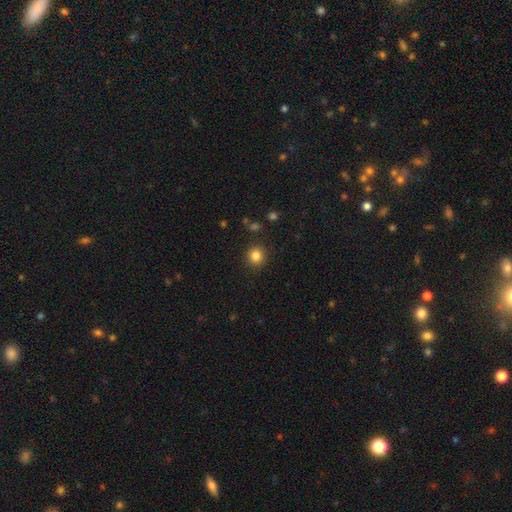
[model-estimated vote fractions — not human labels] A smooth galaxy with no disk features (84%) that is round (92%).

Vote fractions:
- Smooth or featured? smooth: 84% / star or artifact: 12% / featured or disk: 5%
- How rounded? round: 92% / in between: 7% / cigar-shaped: 1%
- Merging? none: 90% / minor disturbance: 6% / major disturbance: 2% / merger: 2%